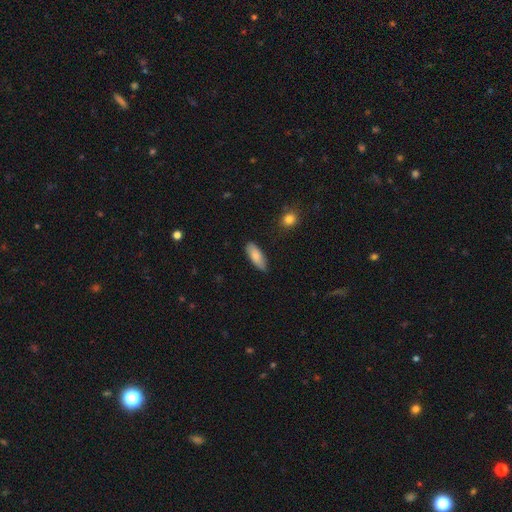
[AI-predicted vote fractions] Smooth or featured?
  - smooth: 80% *
  - featured or disk: 14%
  - star or artifact: 6%
How rounded?
  - in between: 74% *
  - cigar-shaped: 24%
  - round: 2%
Merging?
  - none: 81% *
  - minor disturbance: 15%
  - major disturbance: 2%
  - merger: 2%